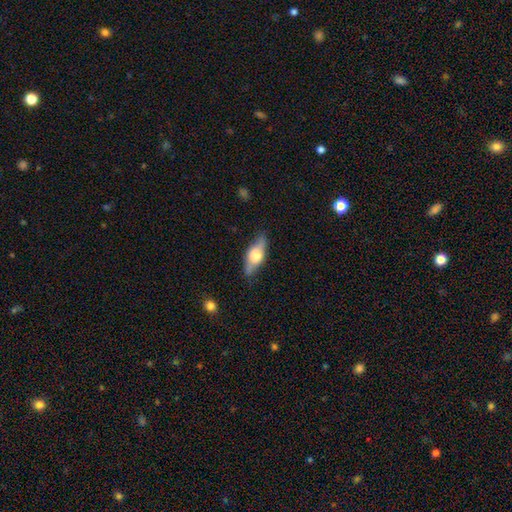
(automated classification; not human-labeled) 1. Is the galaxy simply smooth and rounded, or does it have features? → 49% featured or disk, 45% smooth, 6% star or artifact.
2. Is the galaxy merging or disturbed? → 82% none, 14% minor disturbance, 3% major disturbance, 1% merger.